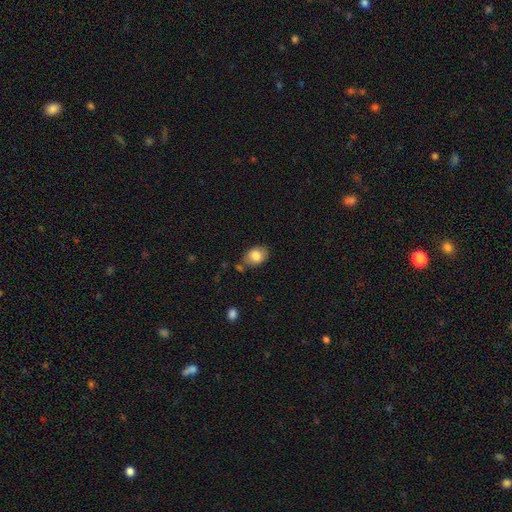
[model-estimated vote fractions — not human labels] Morphology: type=smooth (82%); roundness=in between (74%); merging=none (71%).